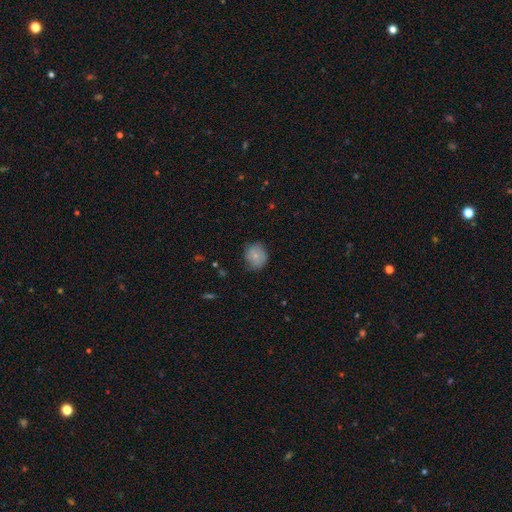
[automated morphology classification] smooth-or-featured: smooth: 76% | featured or disk: 16% | star or artifact: 9%
  how-rounded: round: 74% | in between: 25% | cigar-shaped: 1%
  merging: none: 71% | minor disturbance: 23% | major disturbance: 5% | merger: 1%